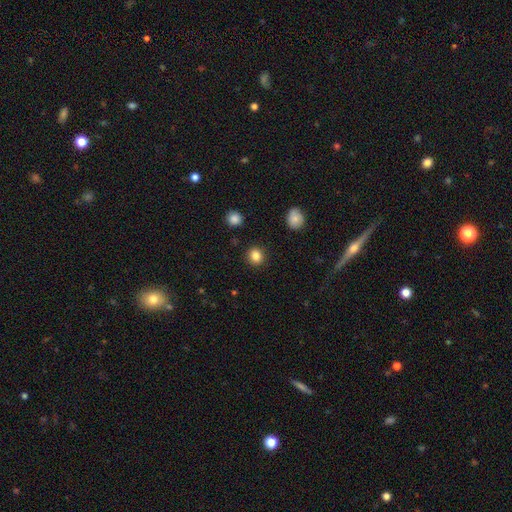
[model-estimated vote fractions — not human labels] smooth-or-featured: smooth: 85% | star or artifact: 11% | featured or disk: 5%
  how-rounded: round: 86% | in between: 13% | cigar-shaped: 1%
  merging: none: 91% | minor disturbance: 5% | major disturbance: 2% | merger: 1%